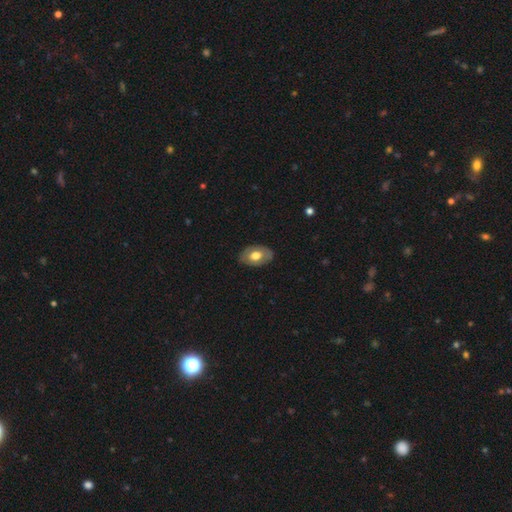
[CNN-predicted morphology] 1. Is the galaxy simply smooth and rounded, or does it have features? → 57% smooth, 38% featured or disk, 6% star or artifact.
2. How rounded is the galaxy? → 87% in between, 11% round, 1% cigar-shaped.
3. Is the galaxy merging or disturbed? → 81% none, 14% minor disturbance, 3% major disturbance, 1% merger.